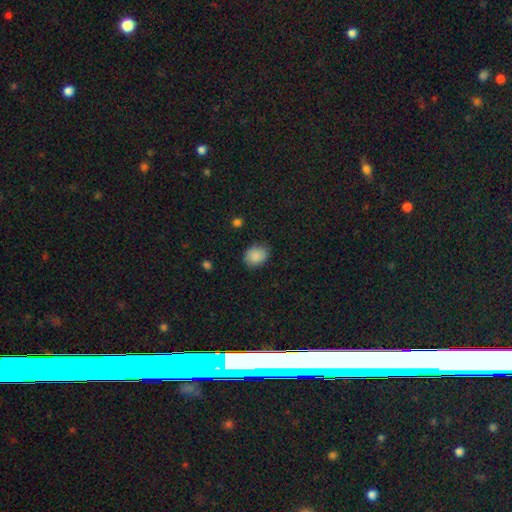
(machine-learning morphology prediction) smooth 85%, star or artifact 8%, featured or disk 7%. Down the decision tree: how rounded — round (52%); merging — none (80%).